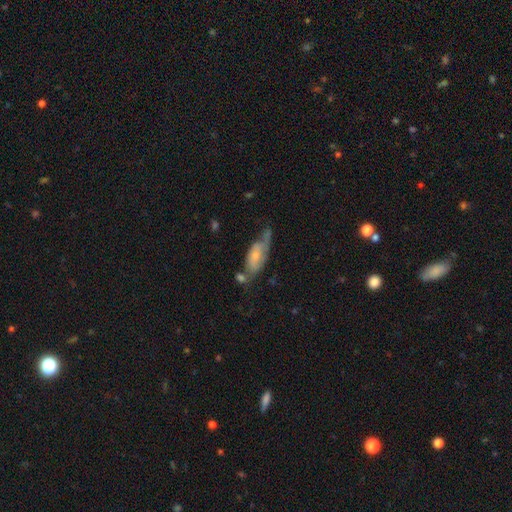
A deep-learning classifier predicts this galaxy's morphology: This is possibly a featured or disk galaxy (47%). Merging: marginally none (33%).